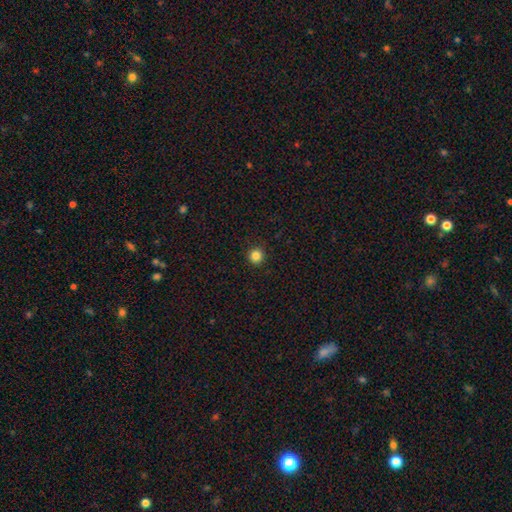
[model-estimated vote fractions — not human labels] smooth-or-featured: smooth: 84% | star or artifact: 12% | featured or disk: 4%
  how-rounded: round: 95% | in between: 5% | cigar-shaped: 1%
  merging: none: 93% | minor disturbance: 5% | major disturbance: 2% | merger: 1%